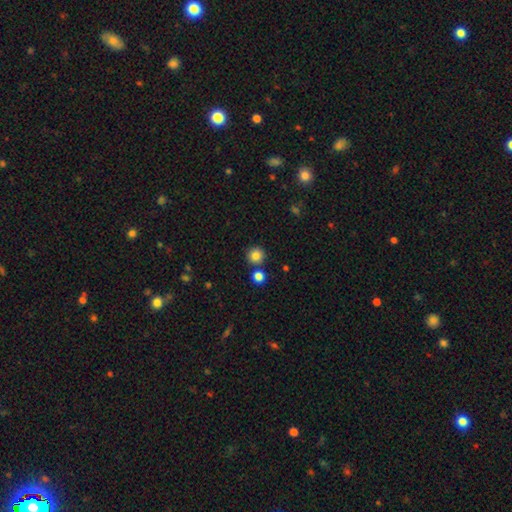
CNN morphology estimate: Q: Smooth or featured?
A: smooth (84%); runner-up: star or artifact (11%)
Q: How rounded?
A: round (94%); runner-up: in between (5%)
Q: Merging?
A: none (81%); runner-up: merger (10%)